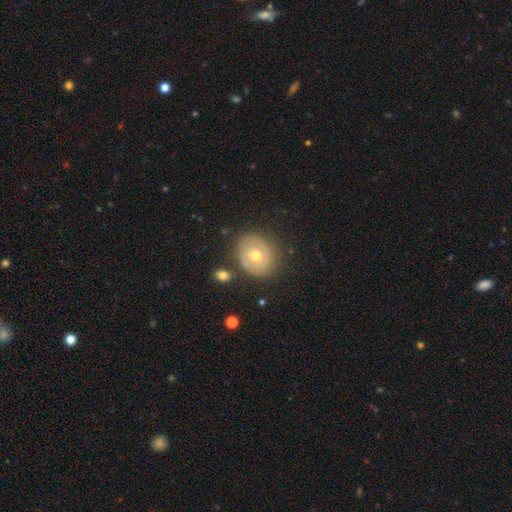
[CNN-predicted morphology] smooth_or_featured: featured or disk (p=0.60) [alt: smooth p=0.32]
disk_edge_on: no (p=0.96) [alt: yes p=0.04]
bar: no (p=0.80) [alt: weak p=0.16]
has_spiral_arms: yes (p=0.57) [alt: no p=0.43]
bulge_size: moderate (p=0.56) [alt: small p=0.40]
merging: none (p=0.78) [alt: minor disturbance p=0.14]